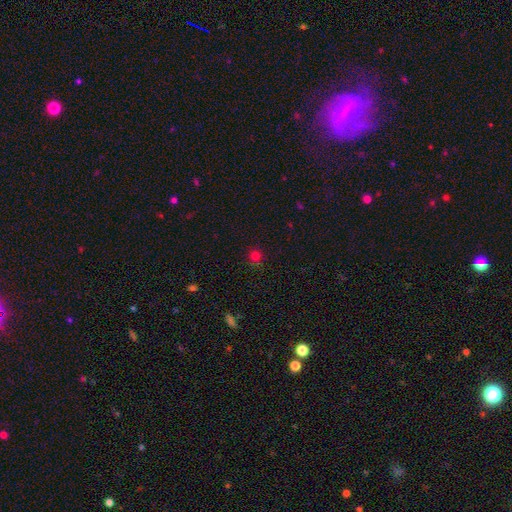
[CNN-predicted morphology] Smooth or featured? Predicted: smooth (p=0.74). How rounded? Predicted: round (p=0.91). Merging? Predicted: none (p=0.85).